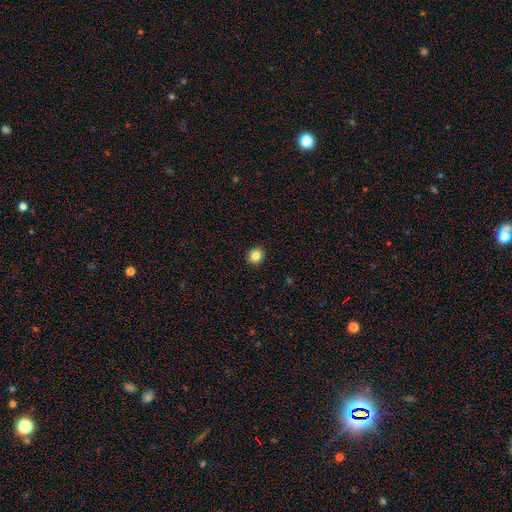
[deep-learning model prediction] This appears to be a smooth galaxy with no disk features (84%) that is round (82%). Merging: none (92%).